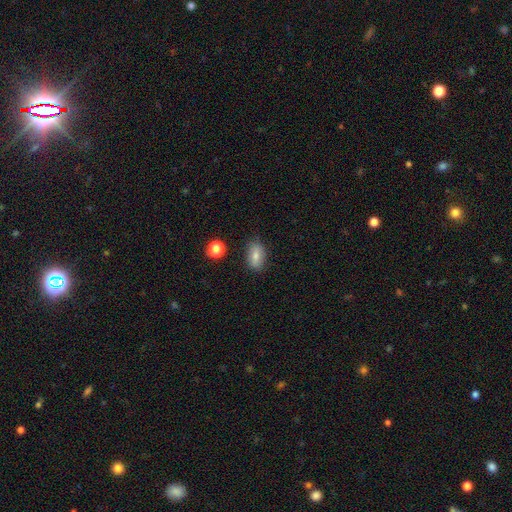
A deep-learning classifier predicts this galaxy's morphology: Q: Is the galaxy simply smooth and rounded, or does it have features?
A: smooth — 74%.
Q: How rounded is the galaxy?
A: in between — 86%.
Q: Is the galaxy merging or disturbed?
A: none — 82%.